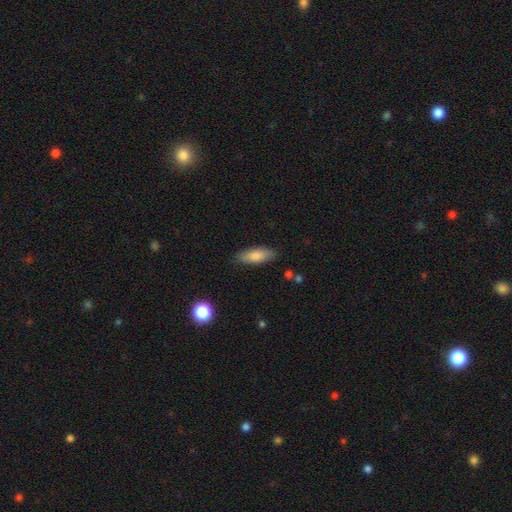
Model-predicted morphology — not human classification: Q: Smooth or featured?
A: smooth (82%); runner-up: featured or disk (11%)
Q: How rounded?
A: in between (70%); runner-up: cigar-shaped (28%)
Q: Merging?
A: none (85%); runner-up: minor disturbance (11%)